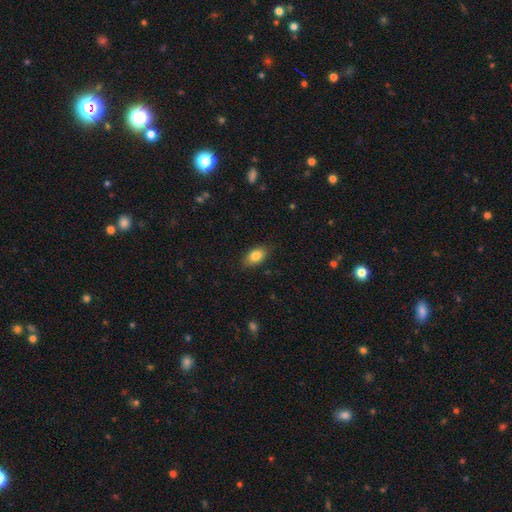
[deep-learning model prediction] smooth_or_featured: smooth (p=0.84) [alt: featured or disk p=0.08]
how_rounded: in between (p=0.87) [alt: round p=0.10]
merging: none (p=0.84) [alt: minor disturbance p=0.12]